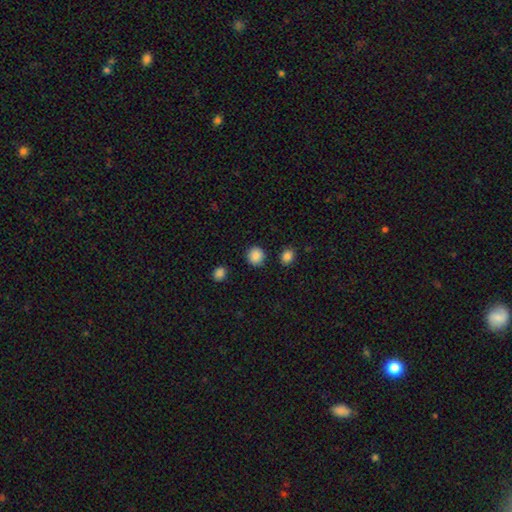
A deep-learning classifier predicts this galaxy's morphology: This is clearly a smooth galaxy (87%). How rounded: clearly round (89%). Merging: clearly none (89%).